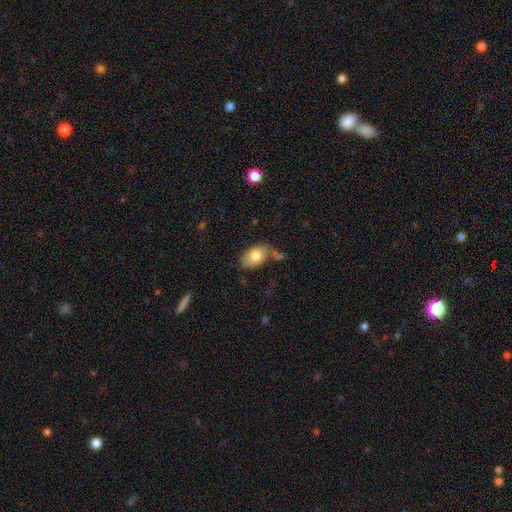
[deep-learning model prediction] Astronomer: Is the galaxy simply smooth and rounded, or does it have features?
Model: smooth — 76%.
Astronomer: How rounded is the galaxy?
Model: in between — 86%.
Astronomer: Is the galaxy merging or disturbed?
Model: none — 53%.